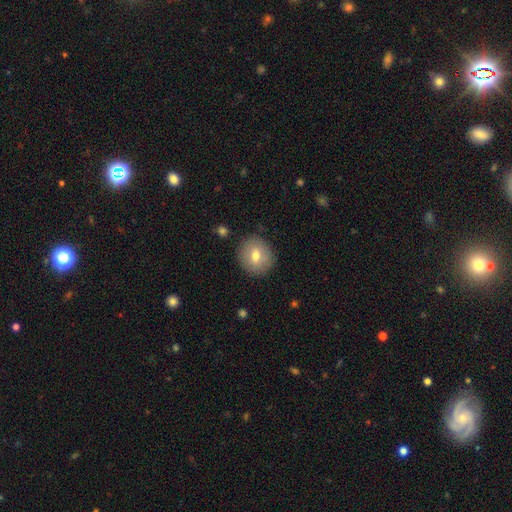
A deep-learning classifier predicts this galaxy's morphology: This appears to be a smooth galaxy with no disk features (71%) that is round (84%). Merging: none (87%).